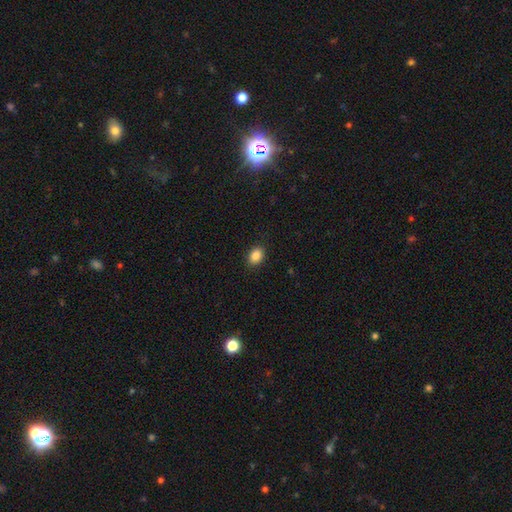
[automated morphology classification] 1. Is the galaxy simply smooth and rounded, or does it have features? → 87% smooth, 9% star or artifact, 4% featured or disk.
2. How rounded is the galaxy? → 72% in between, 27% round, 1% cigar-shaped.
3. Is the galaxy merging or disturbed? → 90% none, 7% minor disturbance, 2% major disturbance, 1% merger.